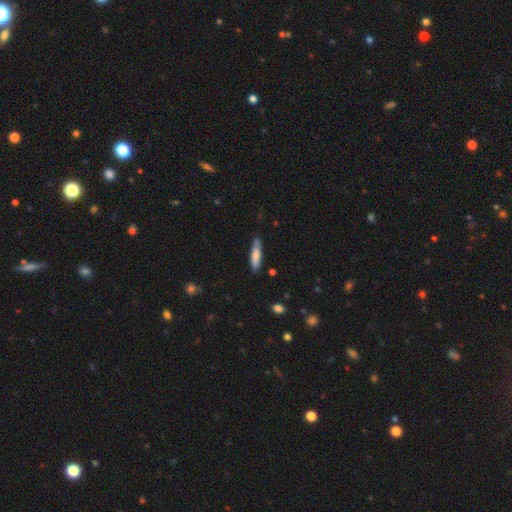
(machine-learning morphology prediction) smooth-or-featured: smooth: 74% | featured or disk: 20% | star or artifact: 6%
  how-rounded: cigar-shaped: 78% | in between: 20% | round: 1%
  merging: none: 79% | minor disturbance: 17% | major disturbance: 3% | merger: 2%